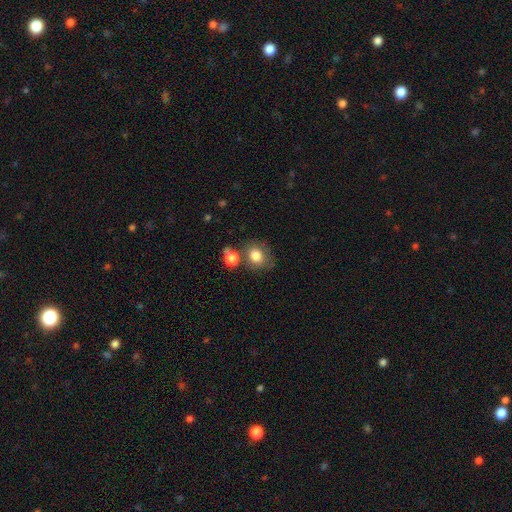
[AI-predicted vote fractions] smooth_or_featured: smooth (p=0.81) [alt: star or artifact p=0.11]
how_rounded: round (p=0.65) [alt: in between p=0.34]
merging: none (p=0.62) [alt: merger p=0.18]